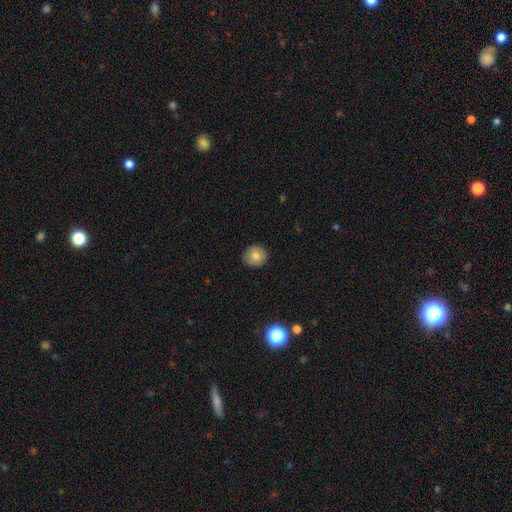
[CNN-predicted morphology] Overall: smooth (76%). How rounded: round (92%). Merging: none (91%).